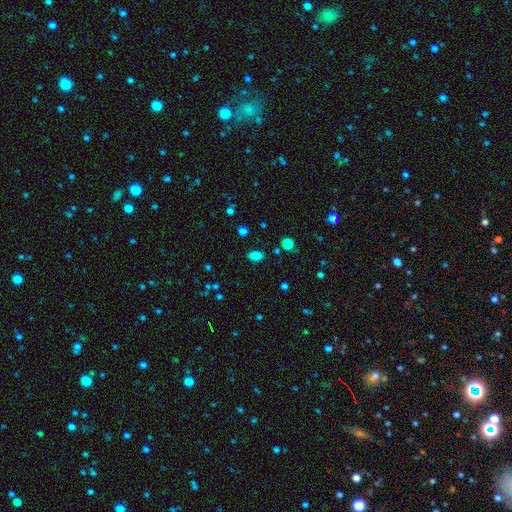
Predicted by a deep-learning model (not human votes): Overall: smooth (81%). How rounded: in between (85%). Merging: none (84%).